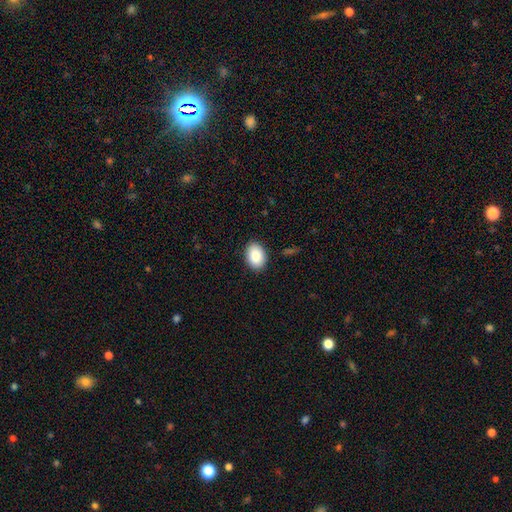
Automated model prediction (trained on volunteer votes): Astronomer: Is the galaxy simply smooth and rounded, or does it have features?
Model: smooth — 86%.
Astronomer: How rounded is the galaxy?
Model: in between — 81%.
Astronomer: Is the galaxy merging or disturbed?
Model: none — 89%.